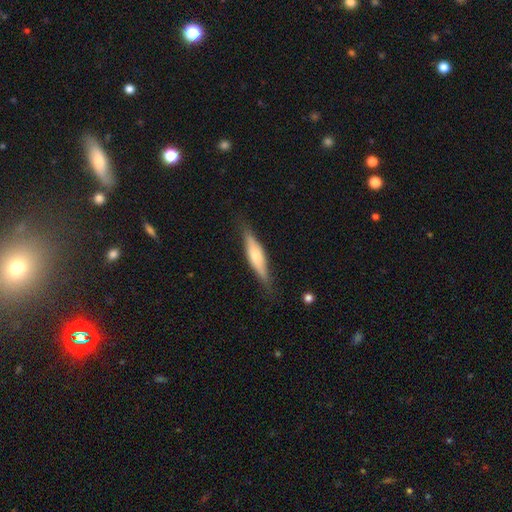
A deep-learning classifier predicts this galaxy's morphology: Smooth or featured? Predicted: featured or disk (p=0.49). Merging? Predicted: none (p=0.80).